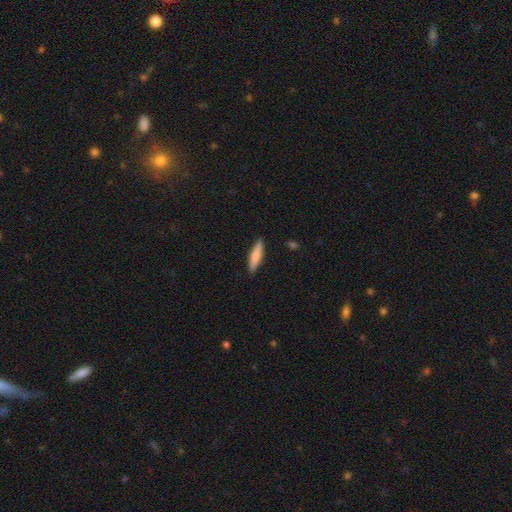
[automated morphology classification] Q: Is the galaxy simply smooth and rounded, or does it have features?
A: smooth — 76%.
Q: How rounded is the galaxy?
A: cigar-shaped — 81%.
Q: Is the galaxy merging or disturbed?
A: none — 90%.